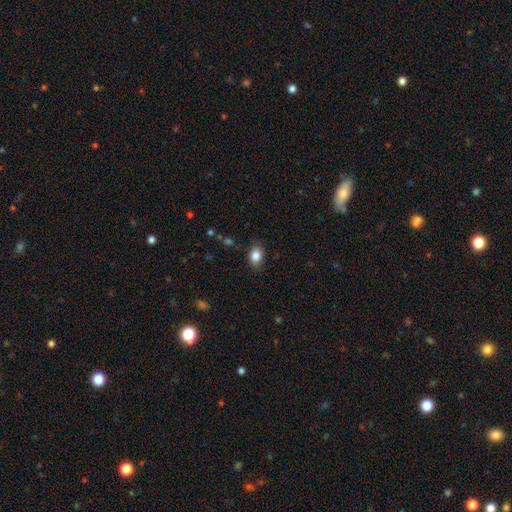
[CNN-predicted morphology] Overall: smooth (84%). How rounded: in between (74%). Merging: none (83%).